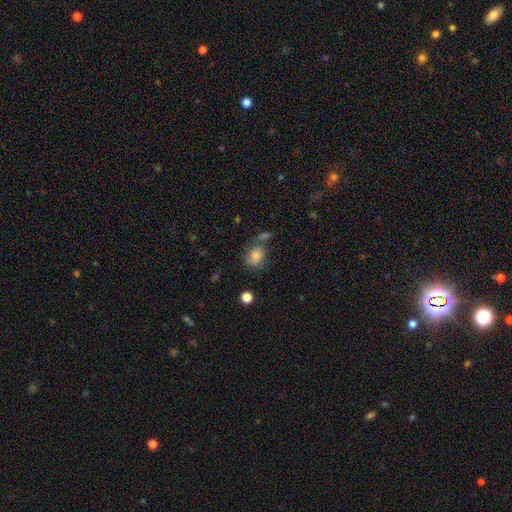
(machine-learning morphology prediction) The model was most divided on "how rounded": round: 57%, in between: 42%, cigar-shaped: 1%. More confident: smooth or featured — smooth (68%); merging — none (52%).